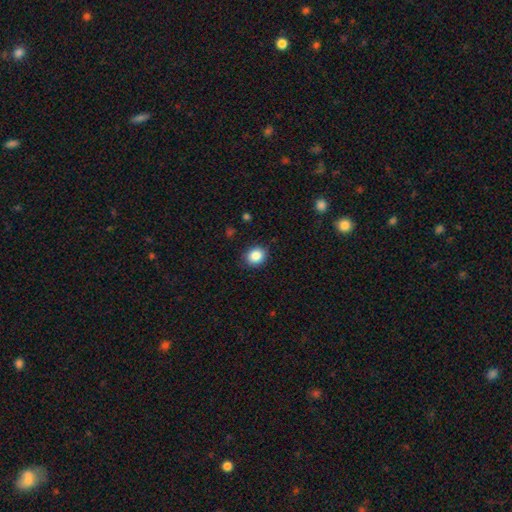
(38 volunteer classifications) smooth_or_featured: smooth (p=0.87) [alt: featured or disk p=0.08]
how_rounded: round (p=0.85) [alt: in between p=0.15]
merging: none (p=0.89) [alt: minor disturbance p=0.08]